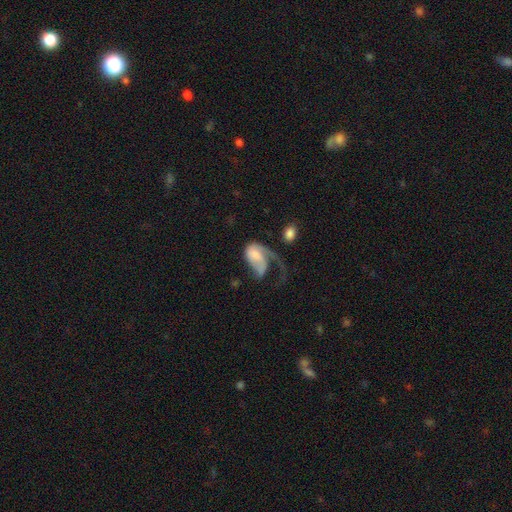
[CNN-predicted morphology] smooth-or-featured: featured or disk: 53% | smooth: 40% | star or artifact: 7%
  disk-edge-on: no: 96% | yes: 4%
    bar: no: 62% | weak: 27% | strong: 11%
    has-spiral-arms: yes: 71% | no: 29%
    bulge-size: none: 34% | moderate: 22% | small: 22% | large: 16% | dominant: 6%
  merging: major disturbance: 64% | none: 16% | minor disturbance: 13% | merger: 7%